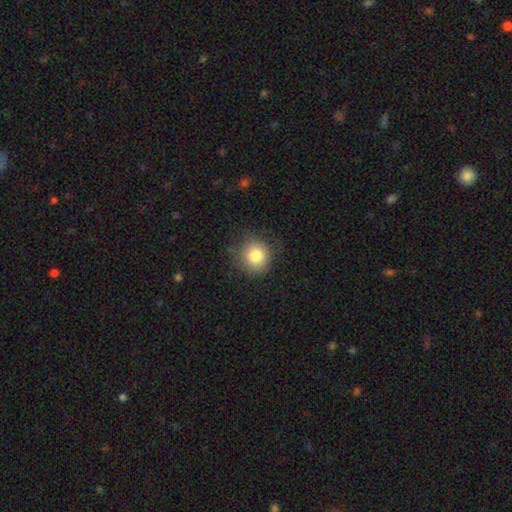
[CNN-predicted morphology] The model was most divided on "merging": none: 75%, minor disturbance: 17%, major disturbance: 6%, merger: 1%. More confident: how rounded — round (88%); smooth or featured — smooth (82%).